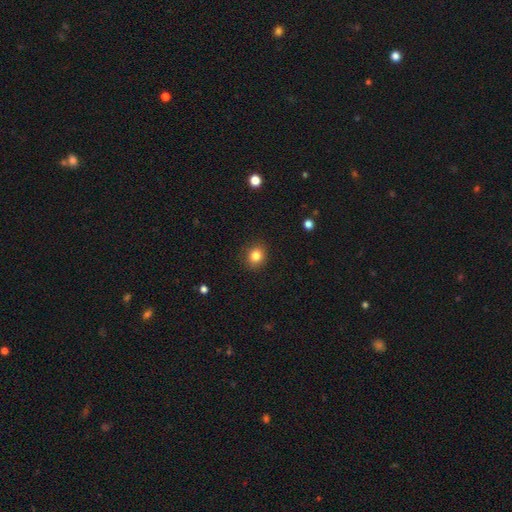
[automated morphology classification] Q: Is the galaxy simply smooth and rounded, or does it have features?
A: smooth — 83%.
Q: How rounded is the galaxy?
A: round — 76%.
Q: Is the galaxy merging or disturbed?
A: none — 89%.